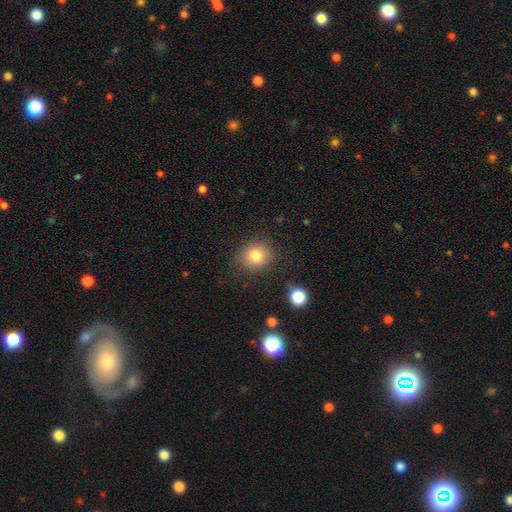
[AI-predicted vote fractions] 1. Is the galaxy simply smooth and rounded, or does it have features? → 80% smooth, 11% star or artifact, 8% featured or disk.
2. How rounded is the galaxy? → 75% round, 24% in between, 1% cigar-shaped.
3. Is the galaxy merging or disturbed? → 82% none, 12% minor disturbance, 4% major disturbance, 2% merger.